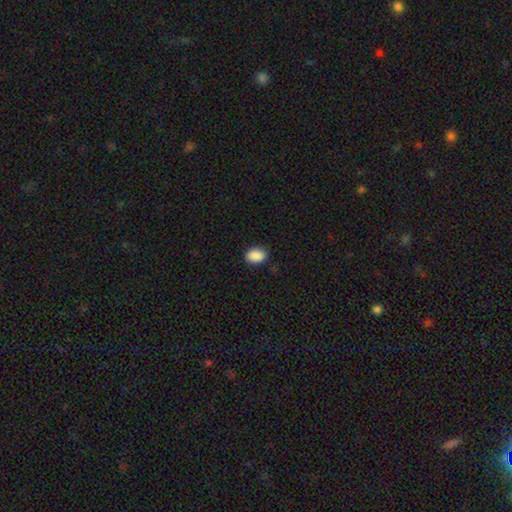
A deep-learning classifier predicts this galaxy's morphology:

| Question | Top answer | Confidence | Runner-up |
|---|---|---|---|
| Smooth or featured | smooth | 90% | star or artifact (8%) |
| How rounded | in between | 75% | round (24%) |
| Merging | none | 87% | minor disturbance (10%) |